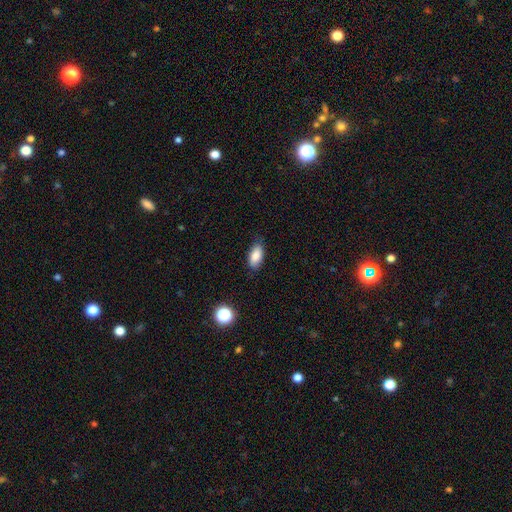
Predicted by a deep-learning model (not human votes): Smooth or featured?
  - smooth: 85% *
  - star or artifact: 8%
  - featured or disk: 7%
How rounded?
  - in between: 88% *
  - cigar-shaped: 8%
  - round: 4%
Merging?
  - none: 79% *
  - minor disturbance: 17%
  - major disturbance: 3%
  - merger: 1%